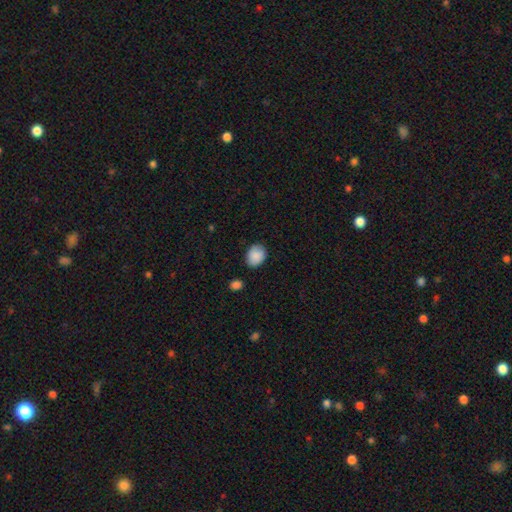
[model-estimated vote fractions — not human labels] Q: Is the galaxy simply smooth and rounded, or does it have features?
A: smooth — 89%.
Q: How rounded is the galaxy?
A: in between — 59%.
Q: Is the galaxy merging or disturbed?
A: none — 79%.